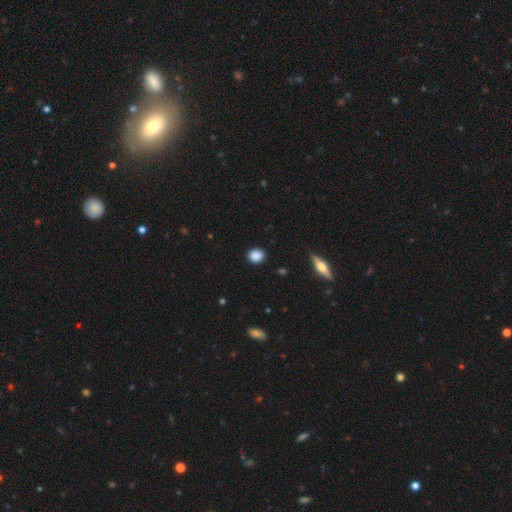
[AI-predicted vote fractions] Morphology: type=smooth (87%); roundness=round (67%); merging=none (88%).